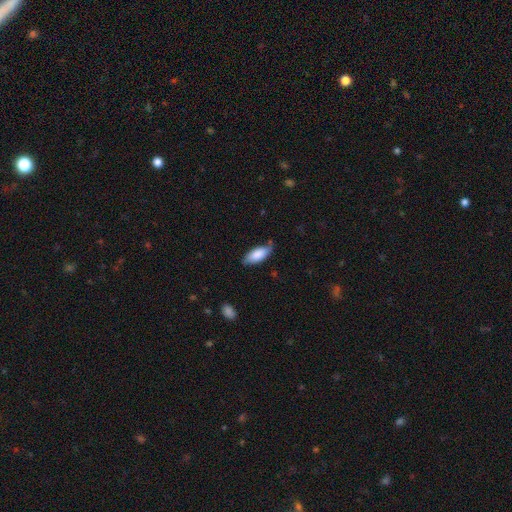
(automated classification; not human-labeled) Q: Smooth or featured?
A: smooth (83%); runner-up: featured or disk (11%)
Q: How rounded?
A: in between (82%); runner-up: cigar-shaped (16%)
Q: Merging?
A: none (73%); runner-up: minor disturbance (21%)